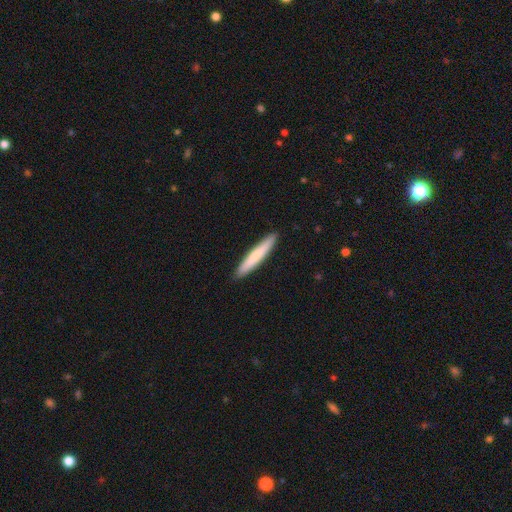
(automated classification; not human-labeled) smooth-or-featured: smooth: 72% | featured or disk: 23% | star or artifact: 5%
  how-rounded: cigar-shaped: 94% | in between: 5% | round: 1%
  merging: none: 92% | minor disturbance: 6% | major disturbance: 1% | merger: 1%